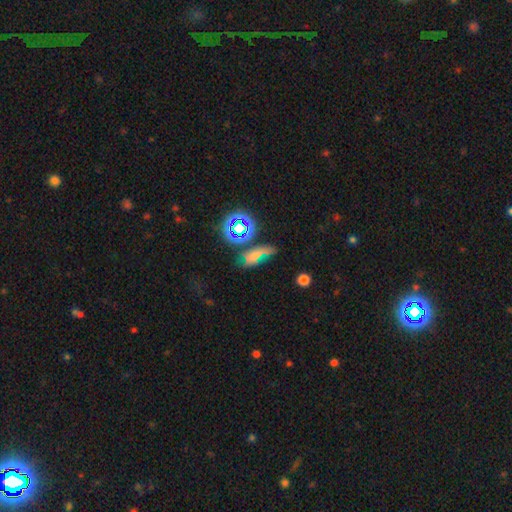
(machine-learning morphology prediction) This is possibly a smooth galaxy (48%). Merging: marginally none (44%).